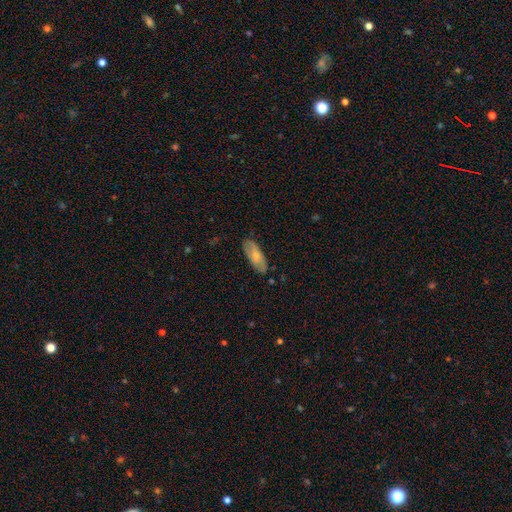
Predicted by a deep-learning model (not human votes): This is likely a smooth galaxy (66%). How rounded: likely in between (77%). Merging: clearly none (80%).